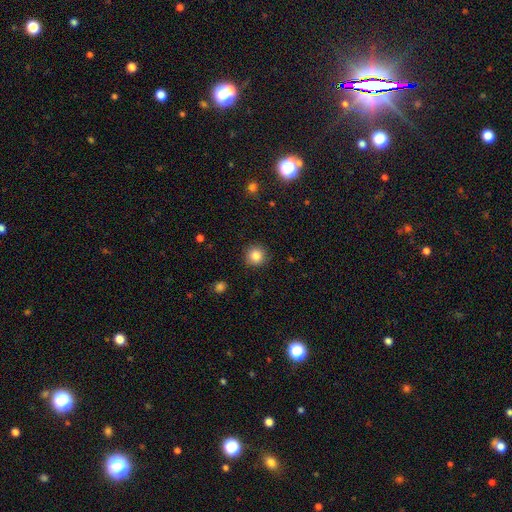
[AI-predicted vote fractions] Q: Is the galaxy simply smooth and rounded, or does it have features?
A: smooth — 85%.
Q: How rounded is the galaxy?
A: round — 94%.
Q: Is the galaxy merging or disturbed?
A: none — 91%.